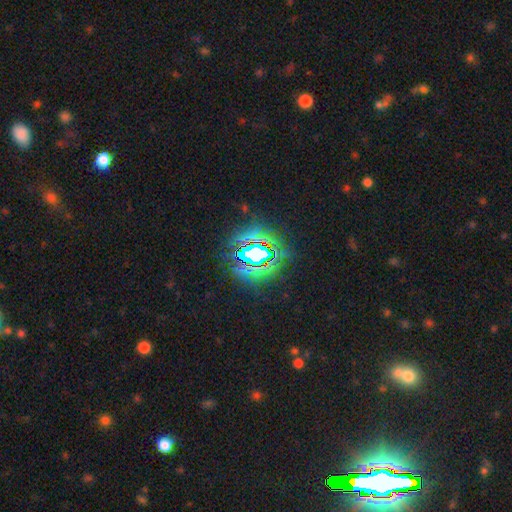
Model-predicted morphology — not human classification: smooth_or_featured: star or artifact (p=0.80) [alt: smooth p=0.11]